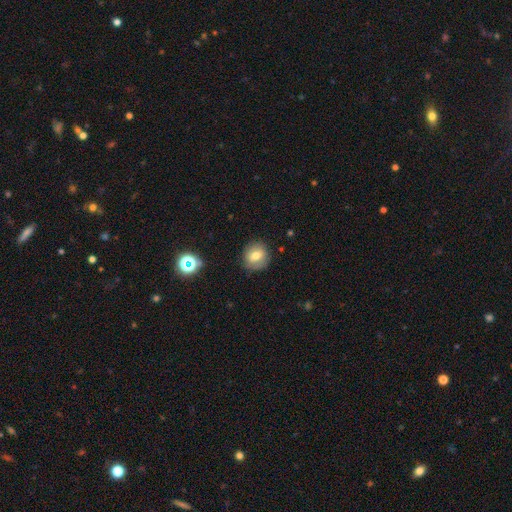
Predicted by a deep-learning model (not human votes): This appears to be a smooth galaxy with no disk features (70%) that is round (85%). Merging: none (85%).